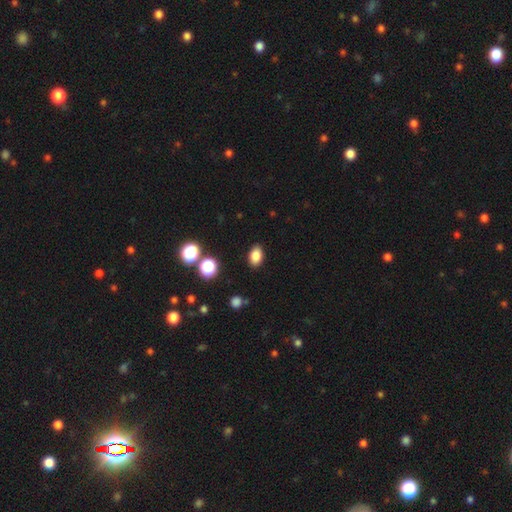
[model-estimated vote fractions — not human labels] Smooth or featured? smooth (83%)
How rounded? in between (84%)
Merging? none (87%)